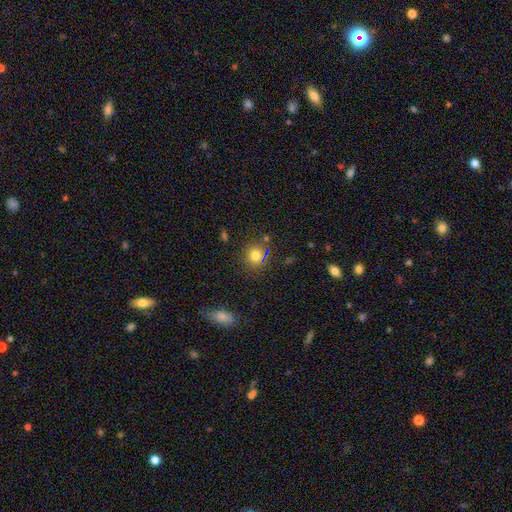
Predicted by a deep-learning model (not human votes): This is likely a smooth galaxy (77%). How rounded: clearly round (89%). Merging: clearly none (84%).